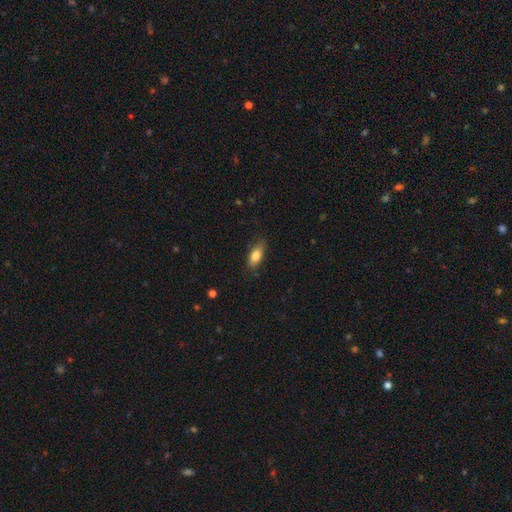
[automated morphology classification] type=smooth (81%); roundness=in between (82%); merging=none (79%).